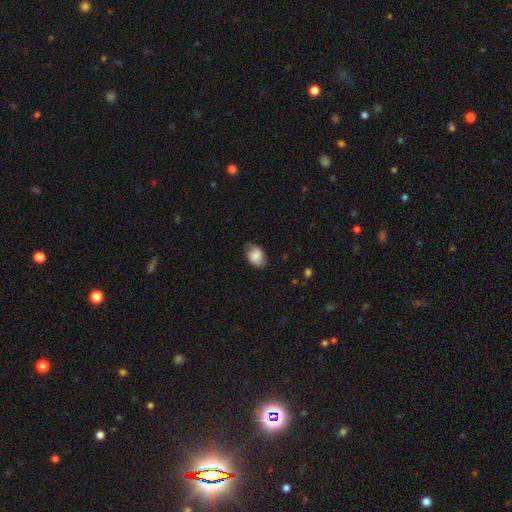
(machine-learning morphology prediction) A smooth galaxy with no disk features (80%) that is in between round and cigar-shaped (77%).

Vote fractions:
- Smooth or featured? smooth: 80% / featured or disk: 12% / star or artifact: 8%
- How rounded? in between: 77% / round: 22% / cigar-shaped: 1%
- Merging? none: 68% / minor disturbance: 25% / major disturbance: 6% / merger: 1%